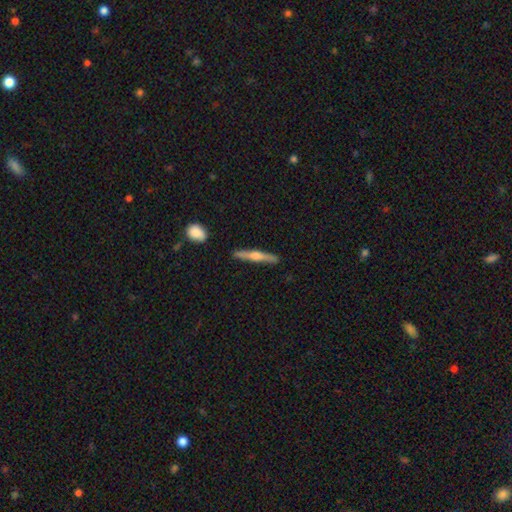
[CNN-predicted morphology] Smooth or featured? featured or disk (63%)
Edge-on disk? yes (97%)
Edge-on bulge? rounded (87%)
Merging? none (89%)